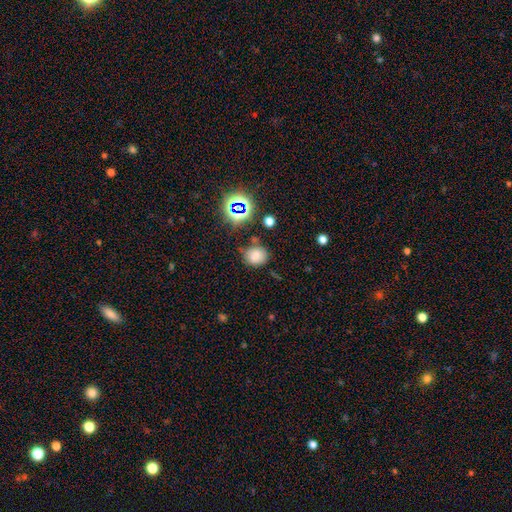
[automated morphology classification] Smooth or featured? smooth (71%)
How rounded? round (71%)
Merging? none (71%)